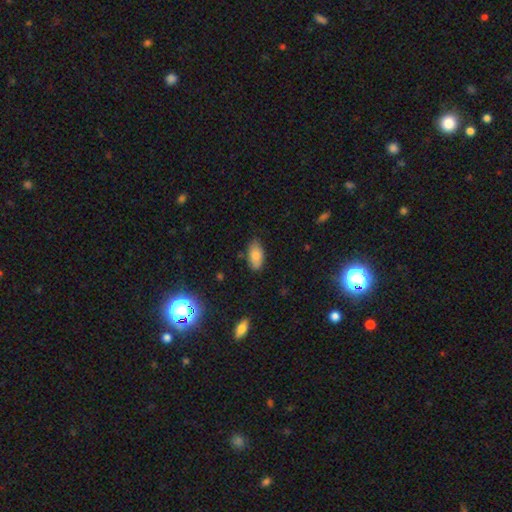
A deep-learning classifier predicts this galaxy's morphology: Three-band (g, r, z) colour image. It shows a smooth galaxy with no disk features (81%) that is in between round and cigar-shaped (93%). Merging: none (77%).